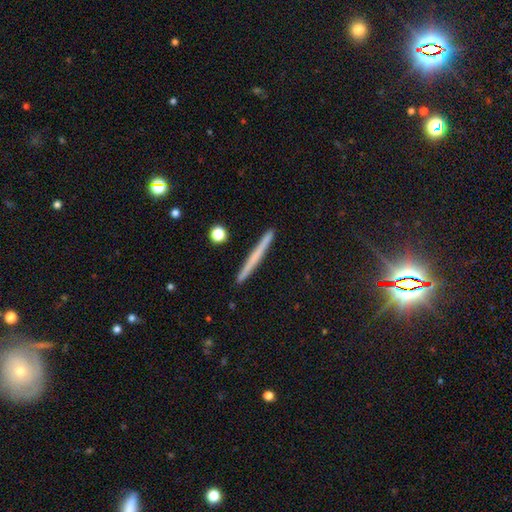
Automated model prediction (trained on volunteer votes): Q: Smooth or featured?
A: smooth (51%); runner-up: featured or disk (40%)
Q: How rounded?
A: cigar-shaped (97%); runner-up: in between (2%)
Q: Merging?
A: none (92%); runner-up: minor disturbance (6%)